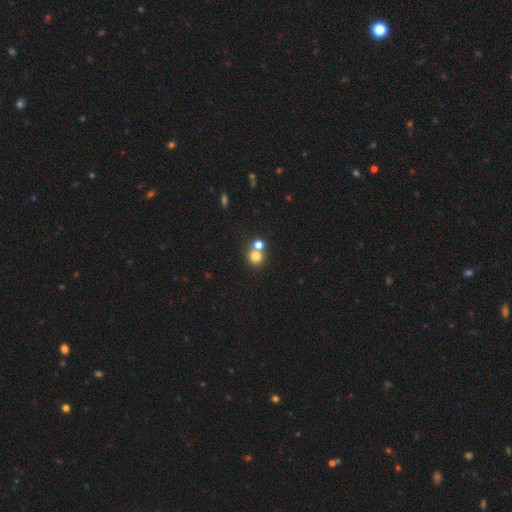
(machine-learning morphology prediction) A smooth galaxy with no disk features (76%) that is round (85%). Merging: none (48%).